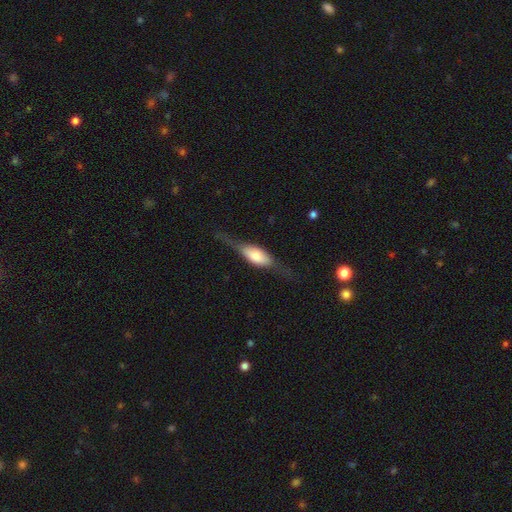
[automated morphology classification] This appears to be a featured or disk galaxy (49%). Merging: none (59%).